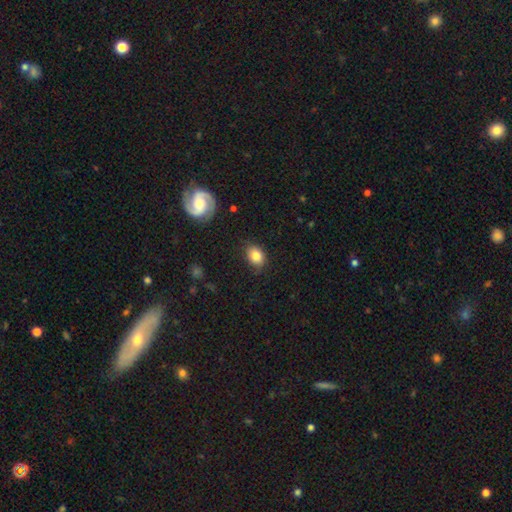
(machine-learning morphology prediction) Overall: smooth (80%). How rounded: in between (69%). Merging: none (75%).